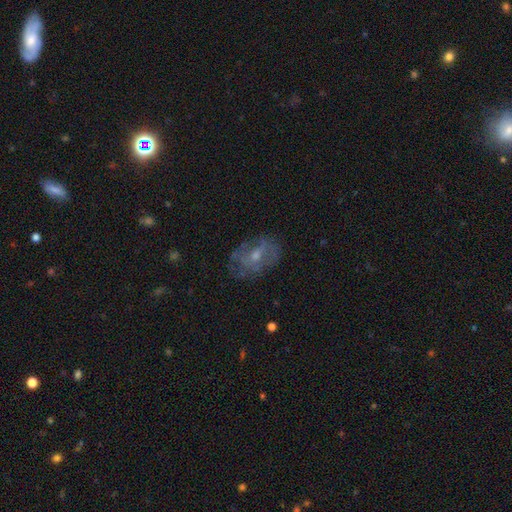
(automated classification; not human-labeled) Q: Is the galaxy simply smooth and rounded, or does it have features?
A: featured or disk — 54%.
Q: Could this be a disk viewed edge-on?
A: no — 95%.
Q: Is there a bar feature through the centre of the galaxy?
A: no — 66%.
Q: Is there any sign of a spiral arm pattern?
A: no — 59%.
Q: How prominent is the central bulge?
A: small — 47%.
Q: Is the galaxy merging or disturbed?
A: none — 62%.